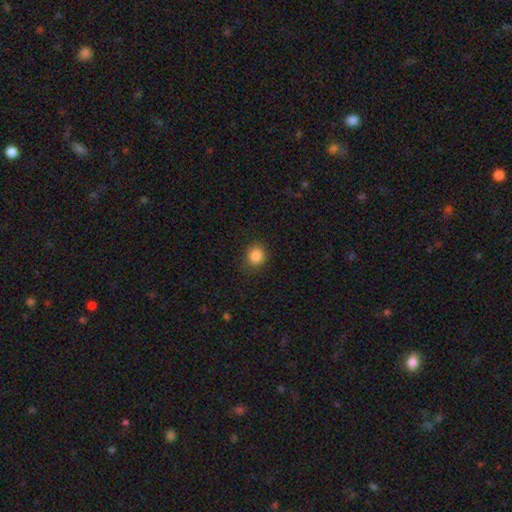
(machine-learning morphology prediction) Smooth or featured: smooth — 86% (star or artifact — 10%)
How rounded: round — 75% (in between — 24%)
Merging: none — 82% (minor disturbance — 14%)